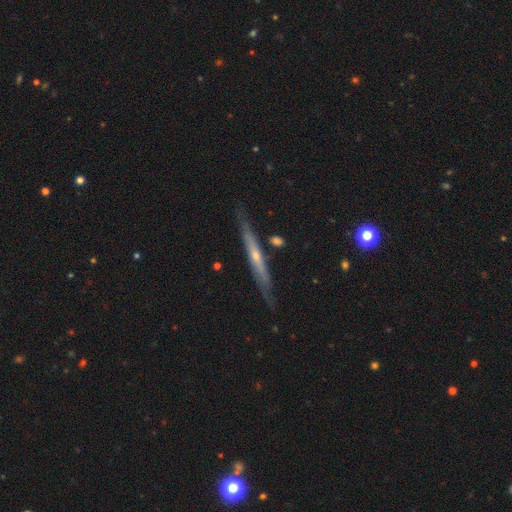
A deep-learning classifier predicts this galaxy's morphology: featured or disk 71%, smooth 23%, star or artifact 6%. Down the decision tree: edge-on disk — yes (93%); edge-on bulge — rounded (58%); merging — none (81%).